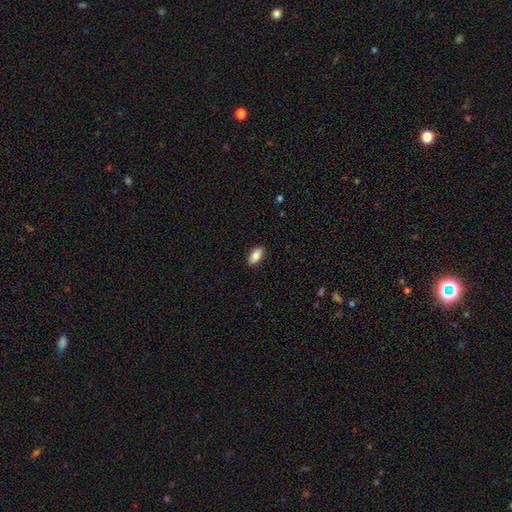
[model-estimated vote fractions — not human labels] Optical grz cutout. It shows a smooth galaxy with no disk features (84%) that is in between round and cigar-shaped (91%). Merging: none (89%).